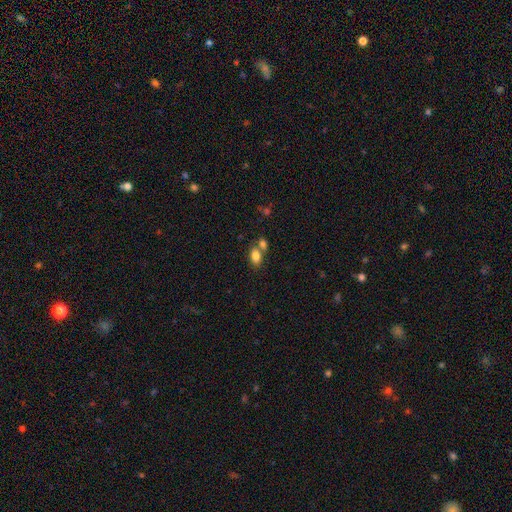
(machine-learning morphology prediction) The model was most divided on "merging": none: 47%, merger: 39%, minor disturbance: 10%, major disturbance: 4%. More confident: how rounded — in between (85%); smooth or featured — smooth (82%).